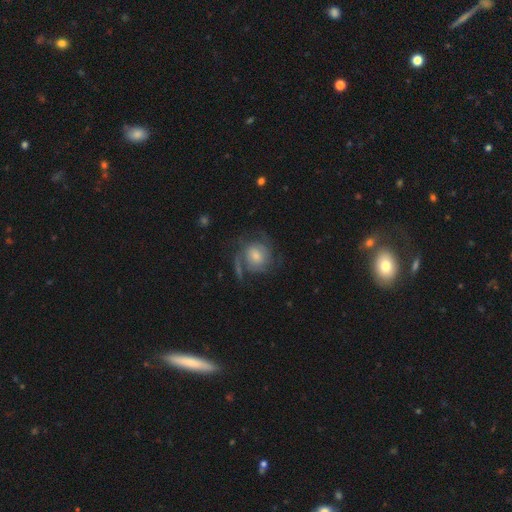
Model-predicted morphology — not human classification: A featured or disk galaxy (67%) with no bar (59%), 2 (43%) medium (42%) spiral arms (88%) and a moderate central bulge (42%).

Vote fractions:
- Smooth or featured? featured or disk: 67% / smooth: 25% / star or artifact: 7%
- Edge-on disk? no: 97% / yes: 3%
- Bar? no: 59% / weak: 35% / strong: 6%
- Spiral arms? yes: 88% / no: 12%
- Spiral winding? medium: 42% / tight: 37% / loose: 21%
- Spiral arm count? 2: 43% / can't tell: 24% / 3: 16% / 1: 8% / 4: 5% / more than 4: 4%
- Bulge size? moderate: 42% / small: 28% / large: 20% / none: 7% / dominant: 3%
- Merging? none: 55% / major disturbance: 21% / minor disturbance: 19% / merger: 5%